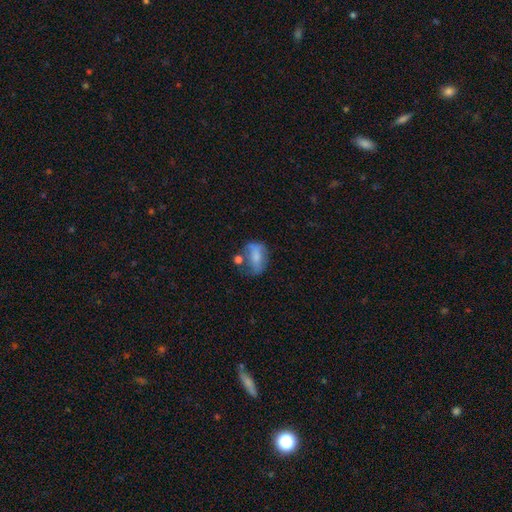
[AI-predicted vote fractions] A smooth galaxy with no disk features (65%) that is in between round and cigar-shaped (78%). Merging: none (37%).